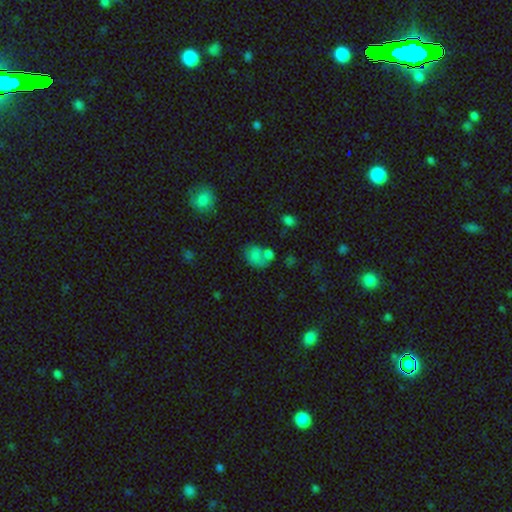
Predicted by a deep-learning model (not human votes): A smooth galaxy with no disk features (70%) that is in between round and cigar-shaped (54%).

Vote fractions:
- Smooth or featured? smooth: 70% / featured or disk: 16% / star or artifact: 14%
- How rounded? in between: 54% / round: 45% / cigar-shaped: 1%
- Merging? merger: 36% / none: 35% / minor disturbance: 16% / major disturbance: 12%